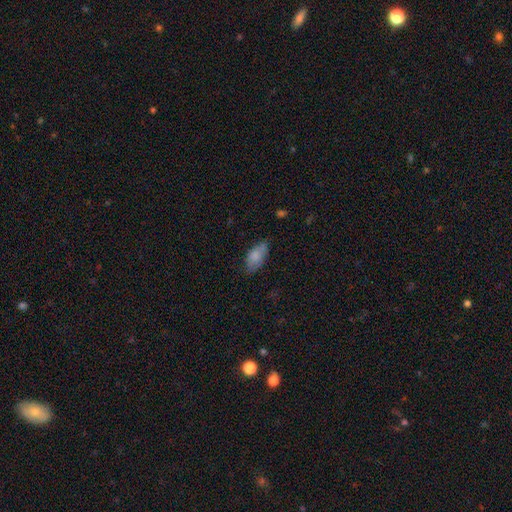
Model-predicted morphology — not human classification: Smooth or featured?
  - smooth: 79% *
  - featured or disk: 14%
  - star or artifact: 7%
How rounded?
  - in between: 91% *
  - cigar-shaped: 6%
  - round: 3%
Merging?
  - none: 64% *
  - minor disturbance: 27%
  - major disturbance: 6%
  - merger: 2%